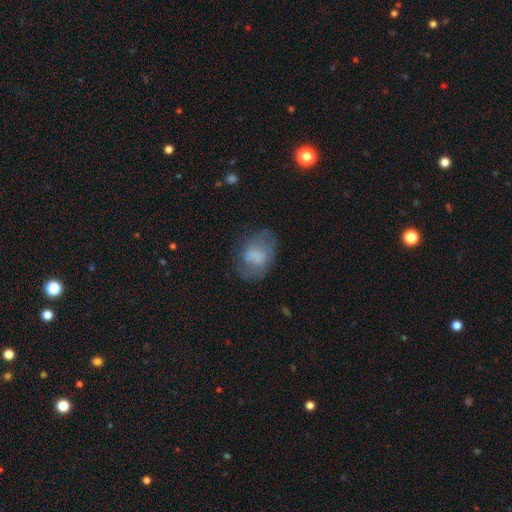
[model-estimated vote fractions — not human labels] This is possibly a smooth galaxy (58%). How rounded: likely in between (71%). Merging: possibly none (51%).